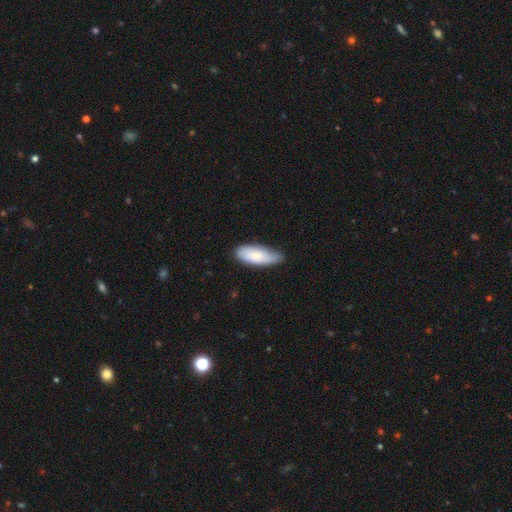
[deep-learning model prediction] A smooth galaxy with no disk features (79%) that is in between round and cigar-shaped (78%). Merging: none (58%).